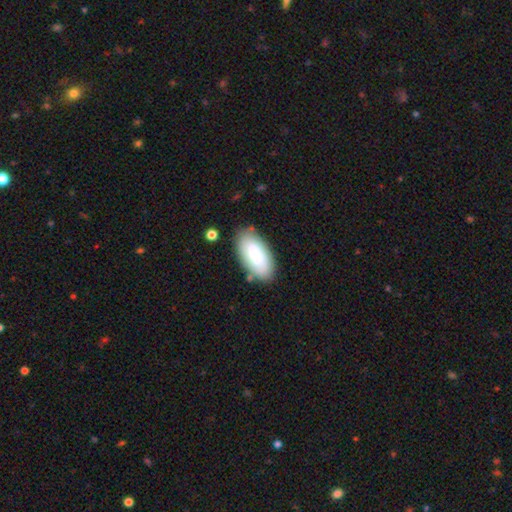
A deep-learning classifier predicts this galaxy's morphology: Q: Smooth or featured?
A: smooth (75%); runner-up: featured or disk (19%)
Q: How rounded?
A: in between (93%); runner-up: cigar-shaped (5%)
Q: Merging?
A: none (76%); runner-up: minor disturbance (15%)